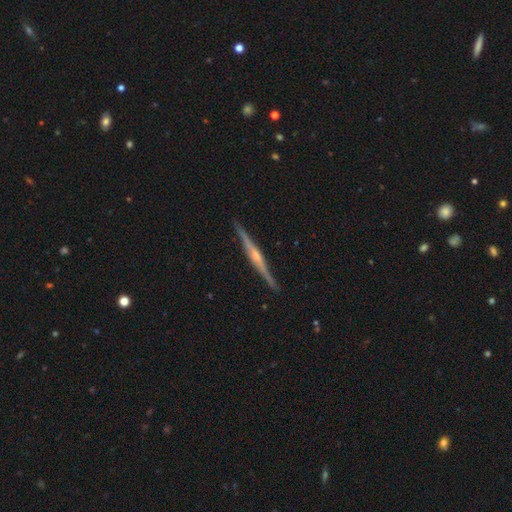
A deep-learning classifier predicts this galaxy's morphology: smooth-or-featured: featured or disk: 86% | smooth: 9% | star or artifact: 5%
  disk-edge-on: yes: 98% | no: 2%
    edge-on-bulge: rounded: 77% | boxy: 12% | none: 11%
  merging: none: 91% | minor disturbance: 7% | major disturbance: 1% | merger: 1%